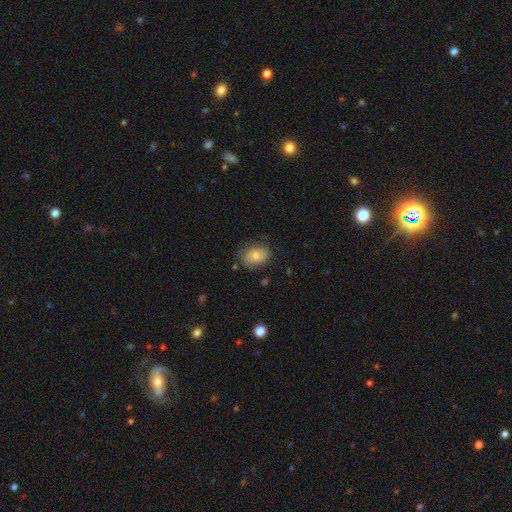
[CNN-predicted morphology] A smooth galaxy with no disk features (65%) that is in between round and cigar-shaped (70%). Merging: none (65%).